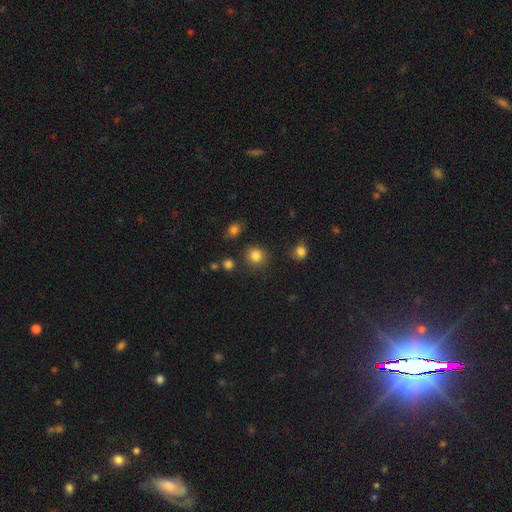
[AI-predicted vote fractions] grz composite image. It shows a smooth galaxy with no disk features (84%) that is round (91%). Merging: none (85%).